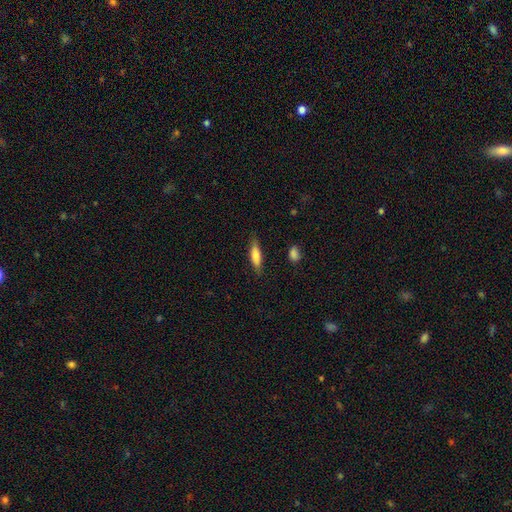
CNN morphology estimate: Q: Smooth or featured?
A: smooth (75%); runner-up: featured or disk (18%)
Q: How rounded?
A: cigar-shaped (60%); runner-up: in between (38%)
Q: Merging?
A: none (80%); runner-up: minor disturbance (15%)